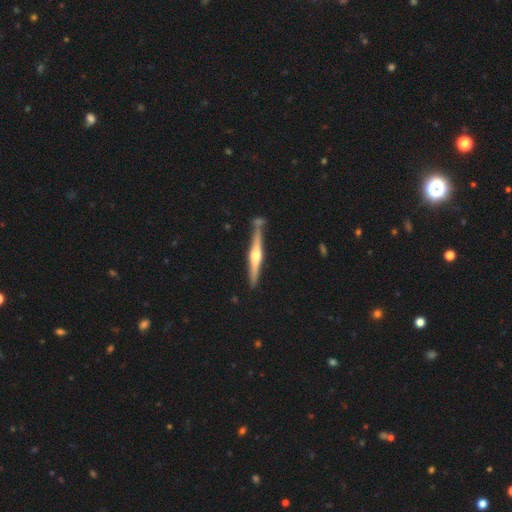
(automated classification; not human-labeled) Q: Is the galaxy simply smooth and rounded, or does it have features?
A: featured or disk — 75%.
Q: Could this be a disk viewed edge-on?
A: yes — 98%.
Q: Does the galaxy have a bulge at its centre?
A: rounded — 90%.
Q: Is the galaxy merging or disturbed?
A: none — 81%.